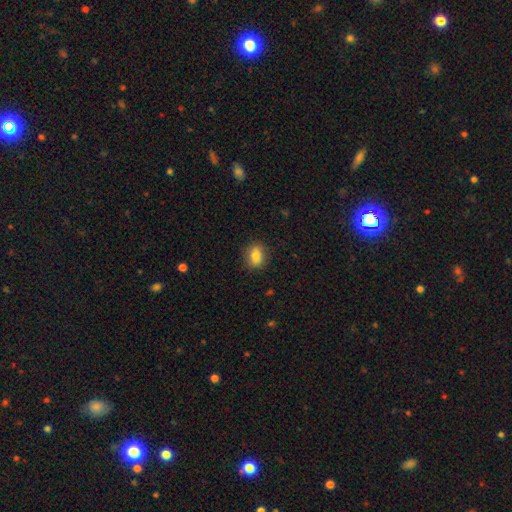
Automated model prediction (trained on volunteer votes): Morphology: type=smooth (82%); roundness=in between (50%); merging=none (87%).